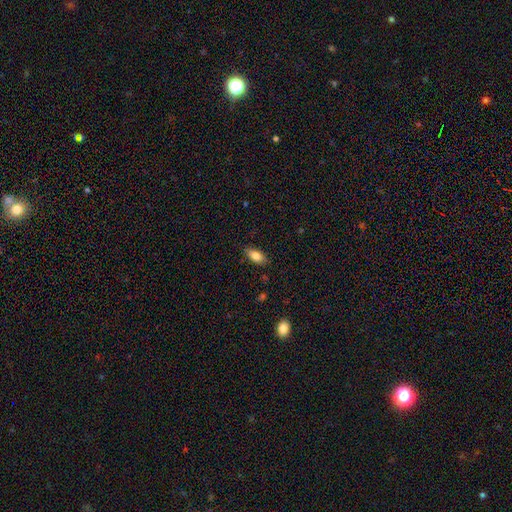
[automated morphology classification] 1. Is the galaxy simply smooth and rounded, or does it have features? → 78% smooth, 15% featured or disk, 8% star or artifact.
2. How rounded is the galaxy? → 84% in between, 12% cigar-shaped, 4% round.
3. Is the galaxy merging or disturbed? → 84% none, 12% minor disturbance, 3% major disturbance, 1% merger.